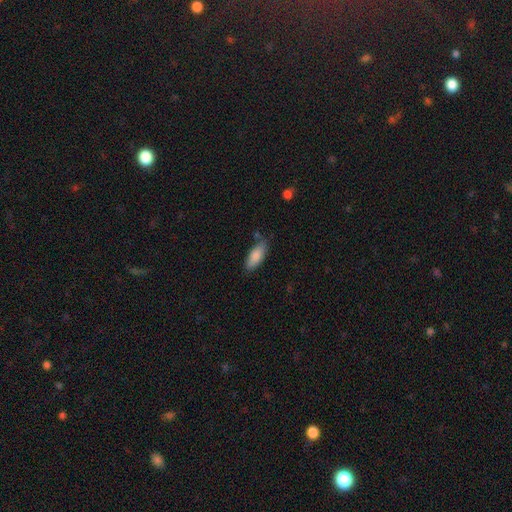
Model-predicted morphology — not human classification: Smooth or featured? smooth (85%)
How rounded? in between (78%)
Merging? none (73%)